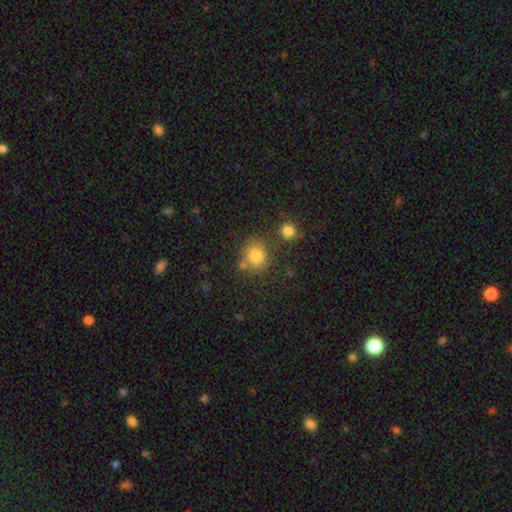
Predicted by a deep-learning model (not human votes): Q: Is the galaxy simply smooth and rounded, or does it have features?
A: smooth — 81%.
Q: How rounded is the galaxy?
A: round — 80%.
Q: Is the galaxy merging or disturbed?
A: none — 69%.